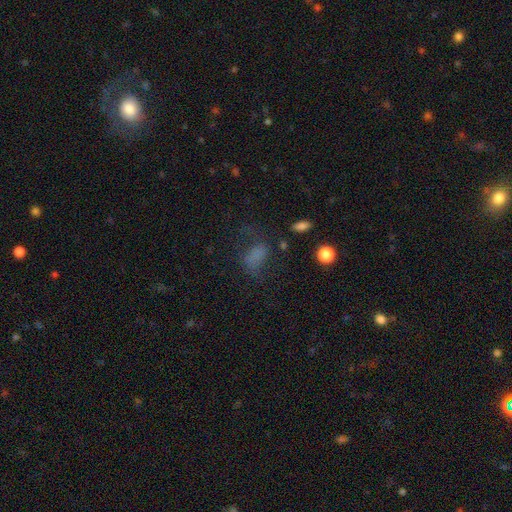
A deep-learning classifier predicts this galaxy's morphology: smooth-or-featured: smooth: 61% | star or artifact: 20% | featured or disk: 18%
  how-rounded: in between: 81% | round: 14% | cigar-shaped: 5%
  merging: none: 42% | major disturbance: 32% | minor disturbance: 21% | merger: 5%